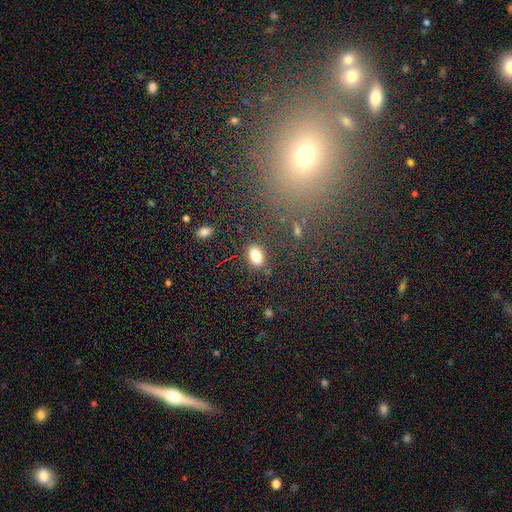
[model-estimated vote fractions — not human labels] Smooth or featured? Predicted: smooth (p=0.82). How rounded? Predicted: in between (p=0.84). Merging? Predicted: none (p=0.81).